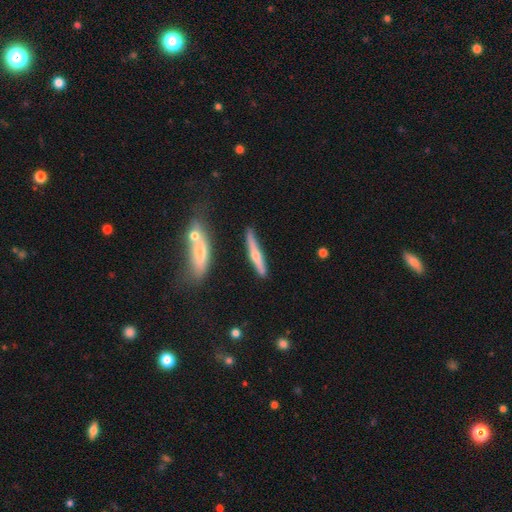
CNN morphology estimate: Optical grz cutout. It shows a featured or disk galaxy (55%) viewed edge-on (94%) with a rounded central bulge (83%). Merging: none (79%).